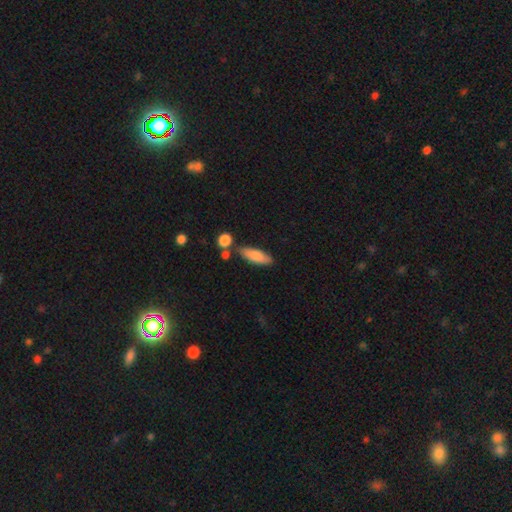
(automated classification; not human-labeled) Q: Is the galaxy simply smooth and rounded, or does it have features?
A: smooth — 81%.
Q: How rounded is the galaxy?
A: in between — 61%.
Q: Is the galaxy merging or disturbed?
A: none — 70%.